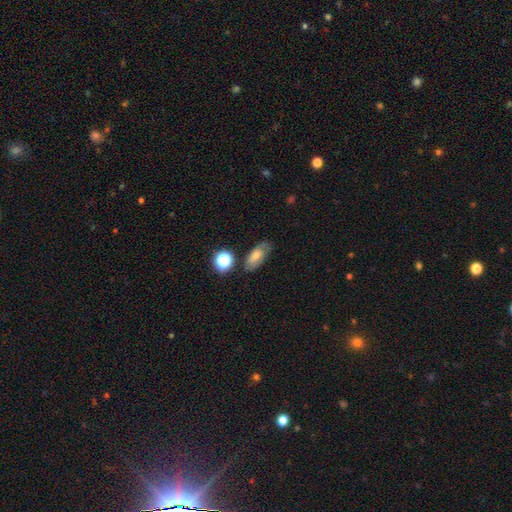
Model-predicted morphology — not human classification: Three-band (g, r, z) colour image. It shows a featured or disk galaxy (41%). Merging: none (75%).